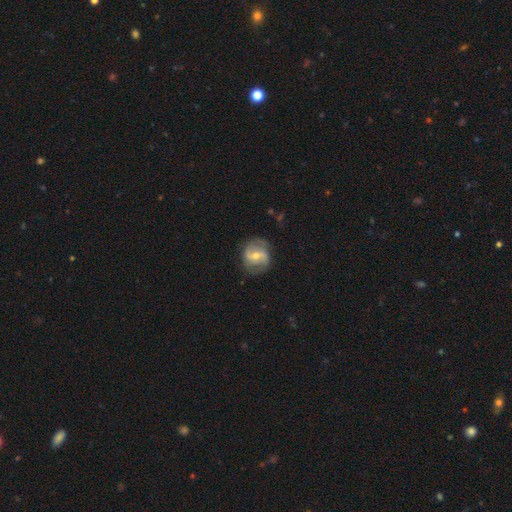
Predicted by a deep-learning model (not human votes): smooth_or_featured: featured or disk (p=0.69) [alt: smooth p=0.24]
disk_edge_on: no (p=0.96) [alt: yes p=0.04]
bar: weak (p=0.44) [alt: strong p=0.34]
has_spiral_arms: yes (p=0.80) [alt: no p=0.20]
spiral_winding: medium (p=0.42) [alt: loose p=0.34]
spiral_arm_count: 2 (p=0.80) [alt: can't tell p=0.12]
bulge_size: moderate (p=0.55) [alt: small p=0.40]
merging: none (p=0.75) [alt: minor disturbance p=0.17]